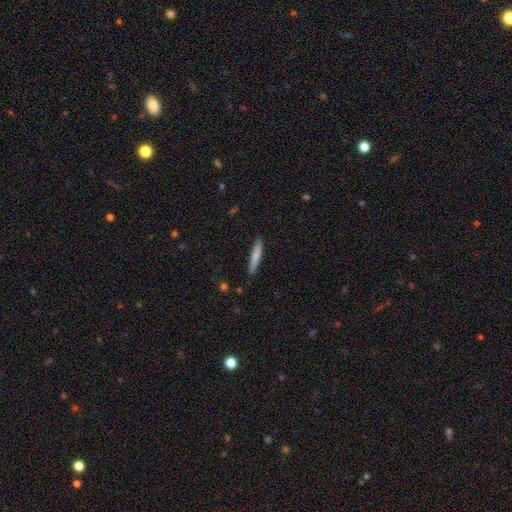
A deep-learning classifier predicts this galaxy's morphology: The model was most divided on "smooth or featured": smooth: 72%, featured or disk: 22%, star or artifact: 6%. More confident: how rounded — cigar-shaped (92%); merging — none (87%).